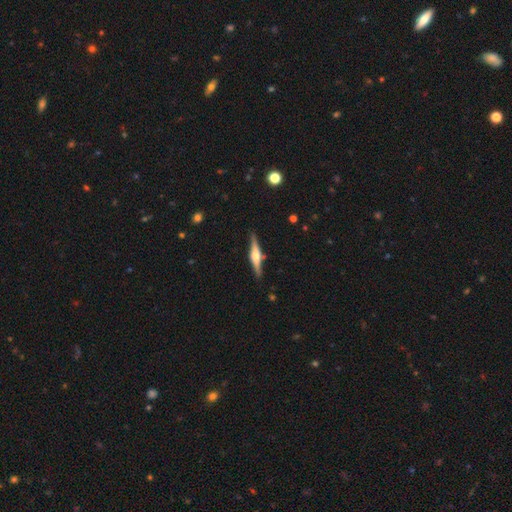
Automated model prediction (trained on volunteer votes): Q: Smooth or featured?
A: featured or disk (75%); runner-up: smooth (19%)
Q: Edge-on disk?
A: yes (98%); runner-up: no (2%)
Q: Edge-on bulge?
A: rounded (84%); runner-up: boxy (13%)
Q: Merging?
A: none (89%); runner-up: minor disturbance (8%)